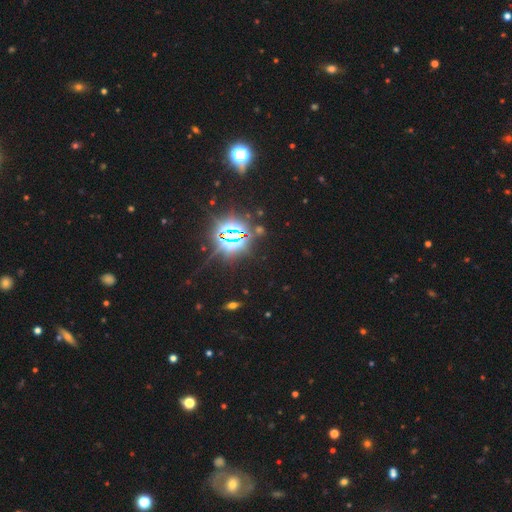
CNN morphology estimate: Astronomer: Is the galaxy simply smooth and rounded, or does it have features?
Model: star or artifact — 86%.